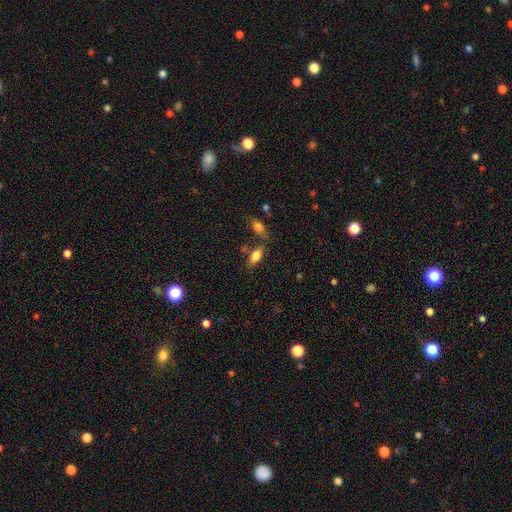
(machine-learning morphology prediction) Smooth or featured: smooth — 78% (featured or disk — 14%)
How rounded: in between — 86% (cigar-shaped — 10%)
Merging: none — 67% (minor disturbance — 16%)